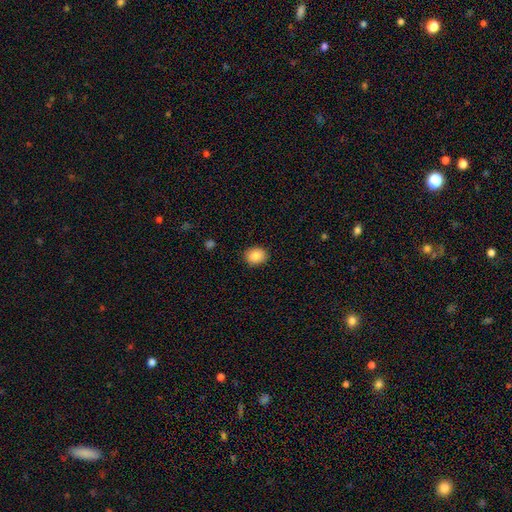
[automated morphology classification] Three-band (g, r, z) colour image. It shows a smooth galaxy with no disk features (86%) that is round (59%). Merging: none (89%).